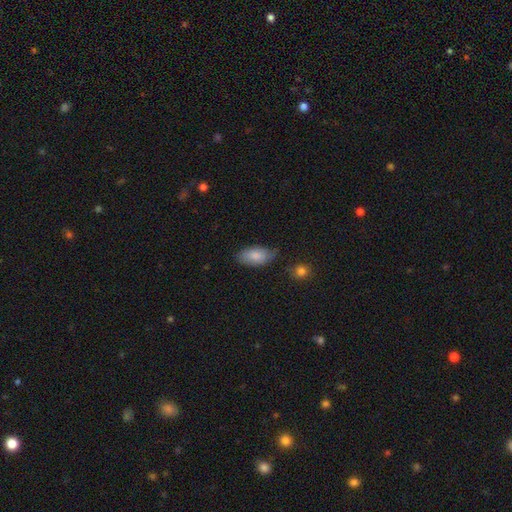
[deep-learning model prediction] The model was most divided on "merging": none: 70%, minor disturbance: 23%, major disturbance: 4%, merger: 3%. More confident: how rounded — in between (93%); smooth or featured — smooth (82%).